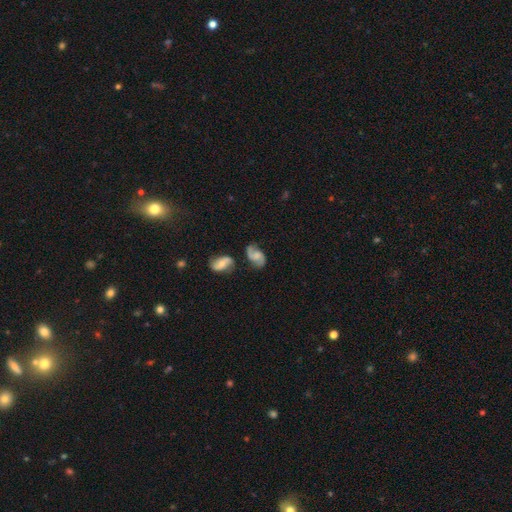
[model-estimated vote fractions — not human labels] Smooth or featured: featured or disk — 74% (smooth — 18%)
Edge-on disk: no — 97% (yes — 3%)
Bar: no — 56% (weak — 36%)
Spiral arms: yes — 94% (no — 6%)
Spiral winding: loose — 44% (medium — 43%)
Spiral arm count: 2 — 91% (can't tell — 4%)
Bulge size: none — 40% (small — 25%)
Merging: none — 63% (minor disturbance — 19%)